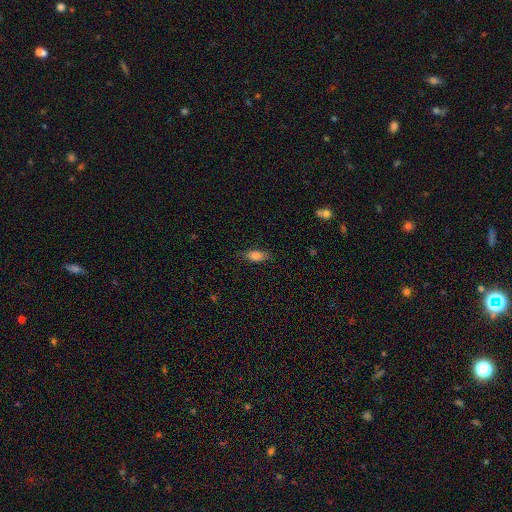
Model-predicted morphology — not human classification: smooth 81%, featured or disk 11%, star or artifact 8%. Down the decision tree: how rounded — in between (77%); merging — none (81%).